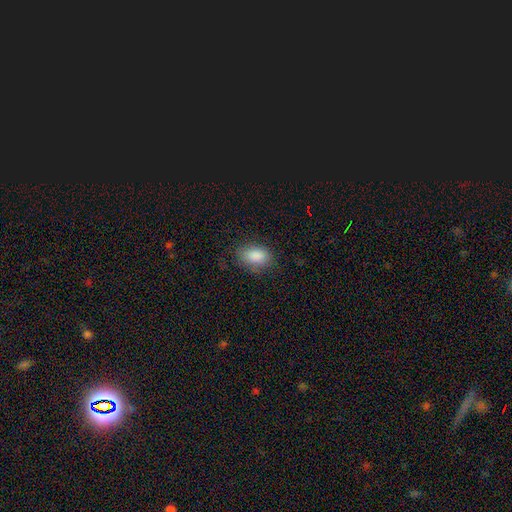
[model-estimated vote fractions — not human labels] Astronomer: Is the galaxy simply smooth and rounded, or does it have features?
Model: smooth — 87%.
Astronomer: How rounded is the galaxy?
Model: in between — 88%.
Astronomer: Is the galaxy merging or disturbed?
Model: none — 77%.